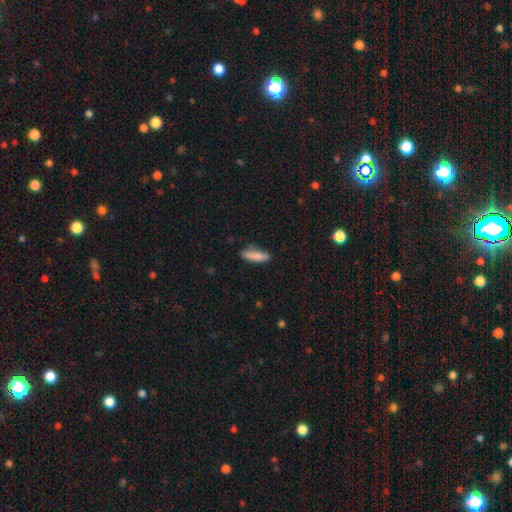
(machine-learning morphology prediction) type=smooth (85%); roundness=cigar-shaped (70%); merging=none (77%).